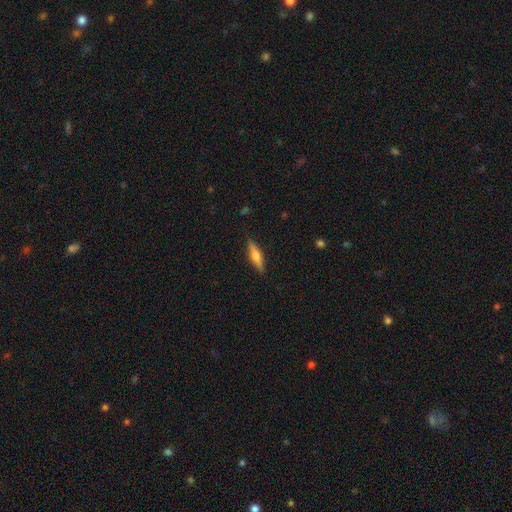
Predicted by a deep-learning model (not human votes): Smooth or featured? Predicted: smooth (p=0.48). Merging? Predicted: none (p=0.88).